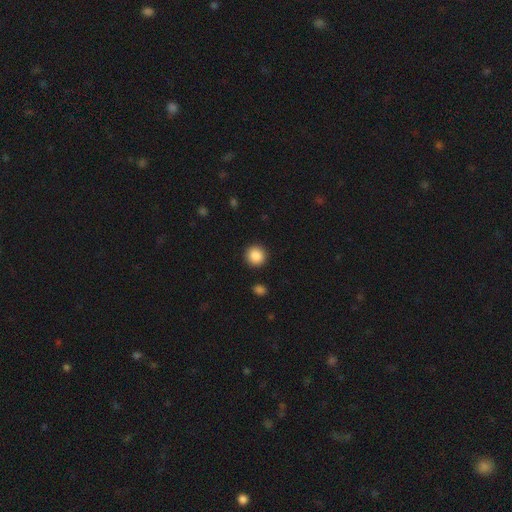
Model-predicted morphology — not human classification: A smooth galaxy with no disk features (88%) that is round (93%).

Vote fractions:
- Smooth or featured? smooth: 88% / star or artifact: 9% / featured or disk: 4%
- How rounded? round: 93% / in between: 6% / cigar-shaped: 1%
- Merging? none: 92% / minor disturbance: 5% / major disturbance: 2% / merger: 1%